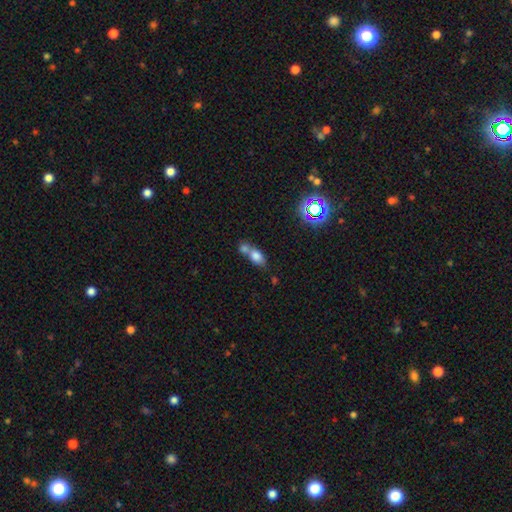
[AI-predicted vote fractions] Smooth or featured?
  - smooth: 75% *
  - featured or disk: 13%
  - star or artifact: 12%
How rounded?
  - in between: 76% *
  - round: 19%
  - cigar-shaped: 5%
Merging?
  - merger: 60% *
  - none: 27%
  - minor disturbance: 9%
  - major disturbance: 4%